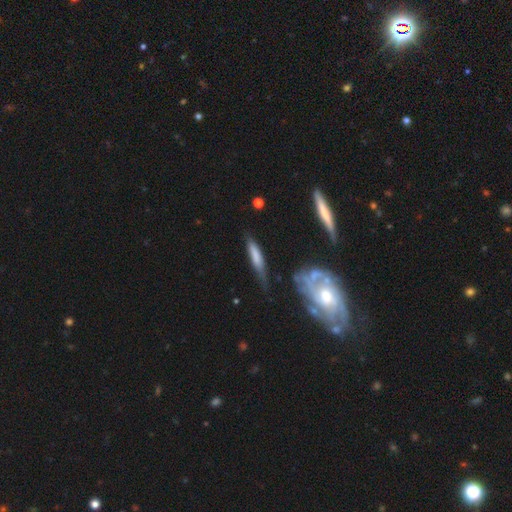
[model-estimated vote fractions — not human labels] A smooth galaxy with no disk features (66%) that is cigar-shaped (79%).

Vote fractions:
- Smooth or featured? smooth: 66% / featured or disk: 28% / star or artifact: 6%
- How rounded? cigar-shaped: 79% / in between: 19% / round: 2%
- Merging? none: 53% / minor disturbance: 31% / major disturbance: 12% / merger: 5%